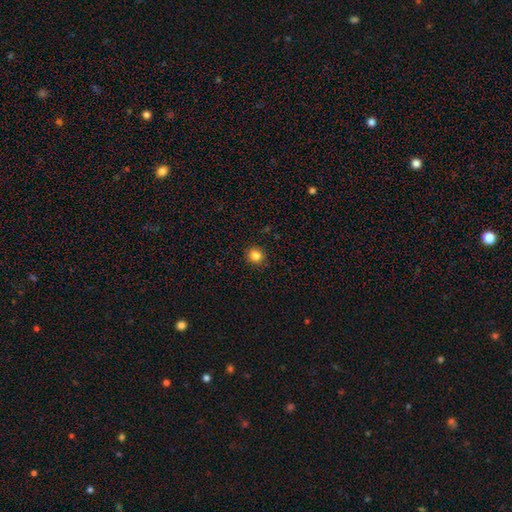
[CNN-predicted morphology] Overall: smooth (85%). How rounded: round (89%). Merging: none (91%).